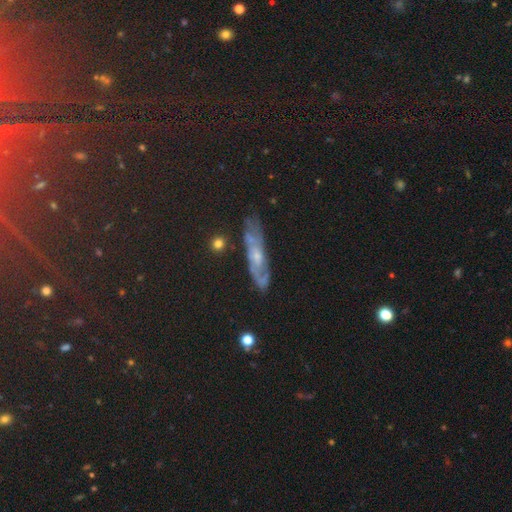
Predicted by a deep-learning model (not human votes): This appears to be a featured or disk galaxy (40%). Merging: none (75%).